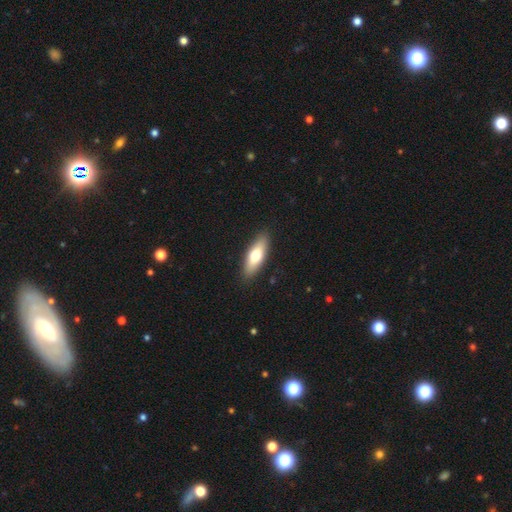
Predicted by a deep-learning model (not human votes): Morphology: type=smooth (68%); roundness=in between (57%); merging=none (89%).